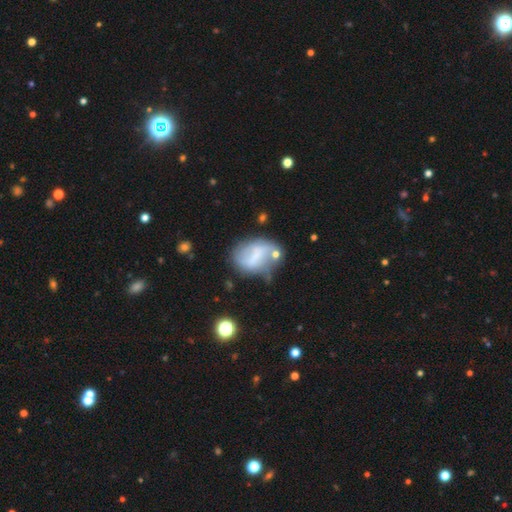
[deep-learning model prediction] A featured or disk galaxy (53%) with a weak bar (41%), spiral arms (57%) and no central bulge (49%).

Vote fractions:
- Smooth or featured? featured or disk: 53% / smooth: 37% / star or artifact: 10%
- Edge-on disk? no: 96% / yes: 4%
- Bar? weak: 41% / strong: 35% / no: 25%
- Spiral arms? yes: 57% / no: 43%
- Bulge size? none: 49% / small: 30% / moderate: 15% / large: 4% / dominant: 2%
- Merging? none: 44% / minor disturbance: 27% / major disturbance: 17% / merger: 12%